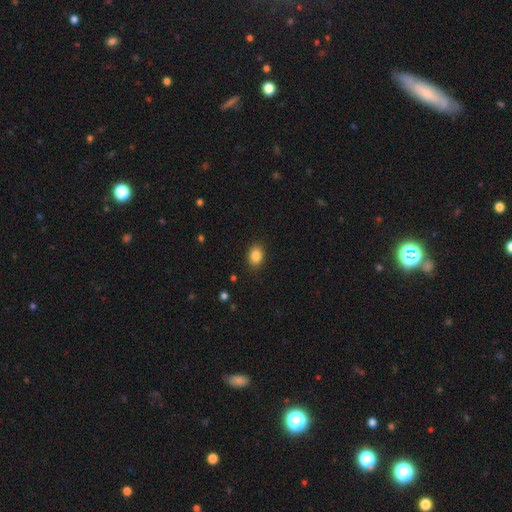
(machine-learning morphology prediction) Overall: smooth (86%). How rounded: in between (68%; round 31%). Merging: none (88%).